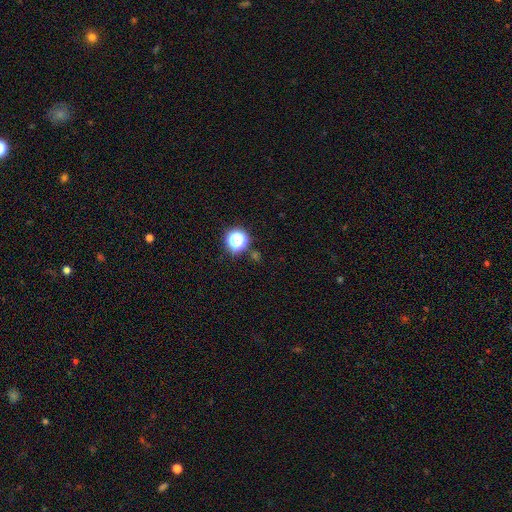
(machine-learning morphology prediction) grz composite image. It shows a star or artifact, not a galaxy (58%).